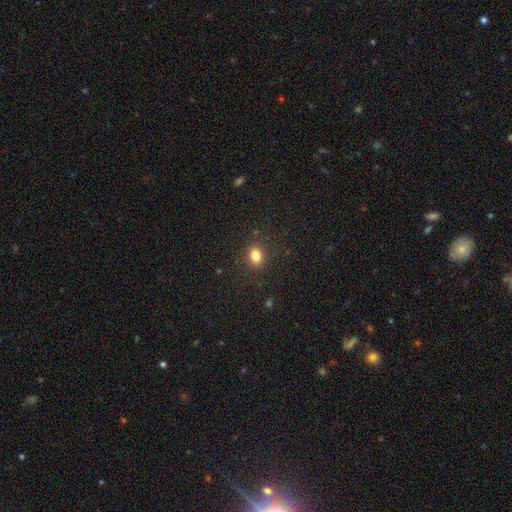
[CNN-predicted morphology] Smooth or featured? Predicted: smooth (p=0.82). How rounded? Predicted: in between (p=0.65). Merging? Predicted: none (p=0.87).